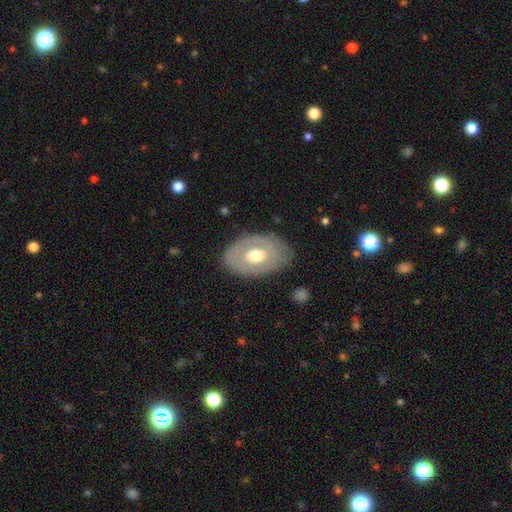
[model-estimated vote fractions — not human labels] Smooth or featured? Predicted: featured or disk (p=0.52). Edge-on disk? Predicted: no (p=0.91). Merging? Predicted: none (p=0.79).